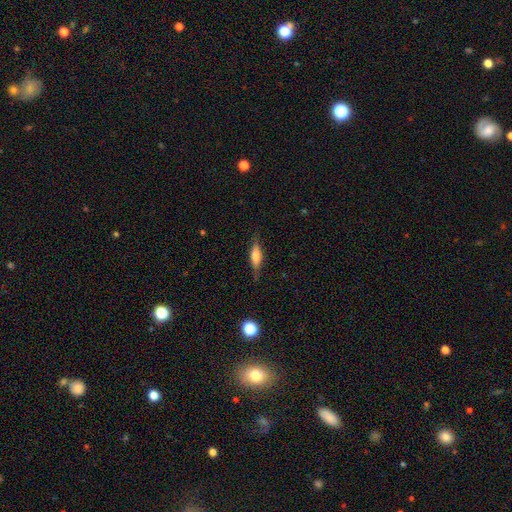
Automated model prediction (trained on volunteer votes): This is possibly a smooth galaxy (48%). Merging: likely none (80%).